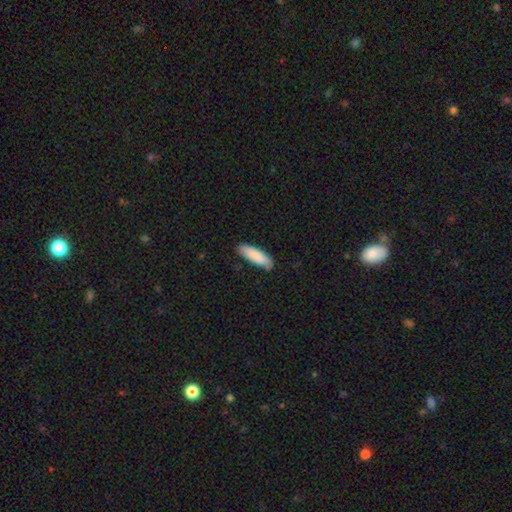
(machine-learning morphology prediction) smooth-or-featured: smooth: 88% | featured or disk: 7% | star or artifact: 5%
  how-rounded: in between: 50% | cigar-shaped: 49% | round: 1%
  merging: none: 81% | minor disturbance: 15% | major disturbance: 2% | merger: 1%